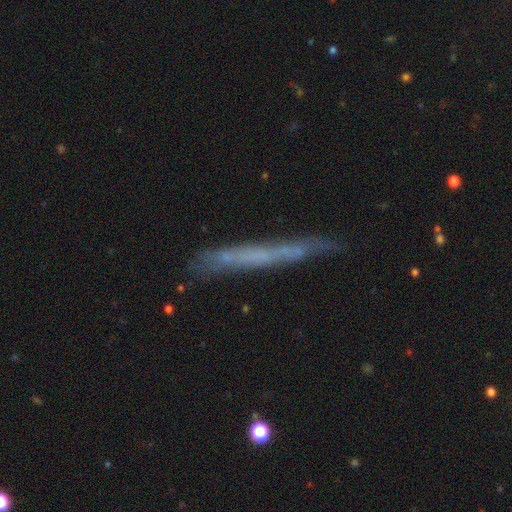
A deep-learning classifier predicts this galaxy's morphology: smooth-or-featured: featured or disk: 47% | smooth: 44% | star or artifact: 9%
  merging: none: 73% | minor disturbance: 19% | major disturbance: 5% | merger: 3%